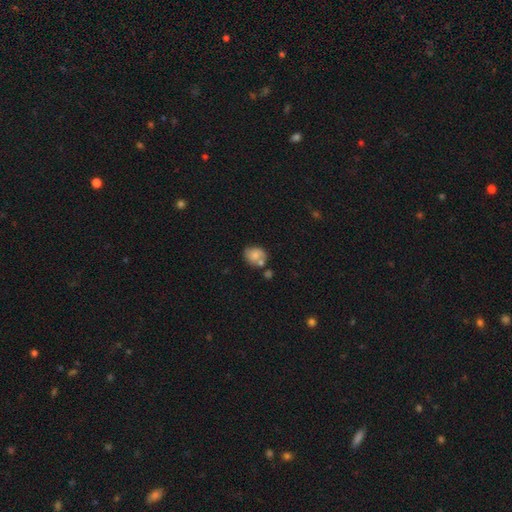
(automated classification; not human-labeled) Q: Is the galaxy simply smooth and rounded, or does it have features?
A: smooth — 69%.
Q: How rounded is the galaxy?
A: round — 52%.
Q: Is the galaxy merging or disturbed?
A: none — 50%.